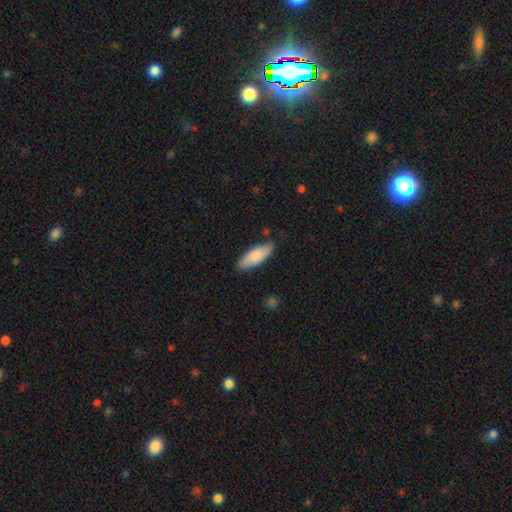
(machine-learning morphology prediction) Smooth or featured?
  - smooth: 82% *
  - featured or disk: 13%
  - star or artifact: 5%
How rounded?
  - in between: 68% *
  - cigar-shaped: 30%
  - round: 2%
Merging?
  - none: 81% *
  - minor disturbance: 14%
  - major disturbance: 2%
  - merger: 2%